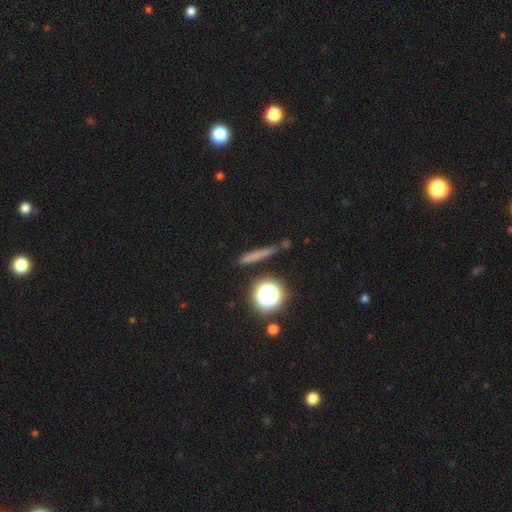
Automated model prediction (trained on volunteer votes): A smooth galaxy with no disk features (59%) that is cigar-shaped (78%). Merging: none (81%).